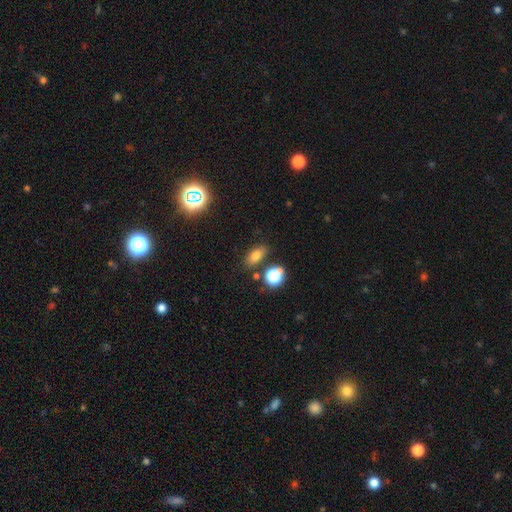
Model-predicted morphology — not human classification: Smooth or featured? Predicted: smooth (p=0.72). How rounded? Predicted: in between (p=0.77). Merging? Predicted: none (p=0.79).